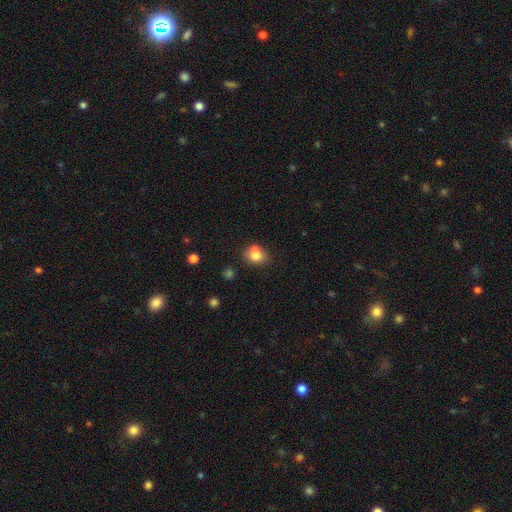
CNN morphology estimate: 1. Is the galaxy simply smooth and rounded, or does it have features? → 73% smooth, 16% featured or disk, 12% star or artifact.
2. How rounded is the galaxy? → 60% round, 39% in between, 1% cigar-shaped.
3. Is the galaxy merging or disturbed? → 45% merger, 42% none, 9% minor disturbance, 3% major disturbance.